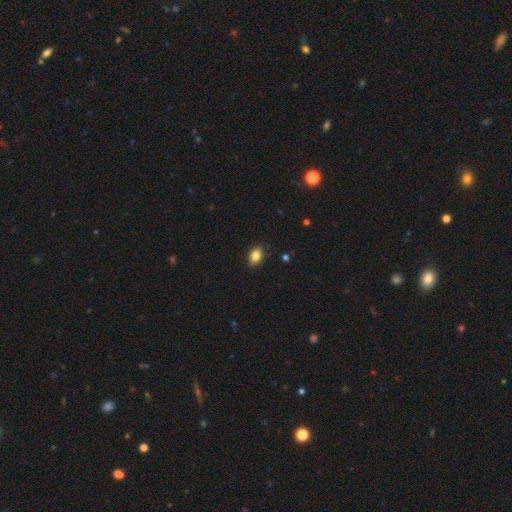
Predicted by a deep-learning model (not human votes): The model was most divided on "how rounded": in between: 82%, round: 17%, cigar-shaped: 2%. More confident: merging — none (87%); smooth or featured — smooth (84%).